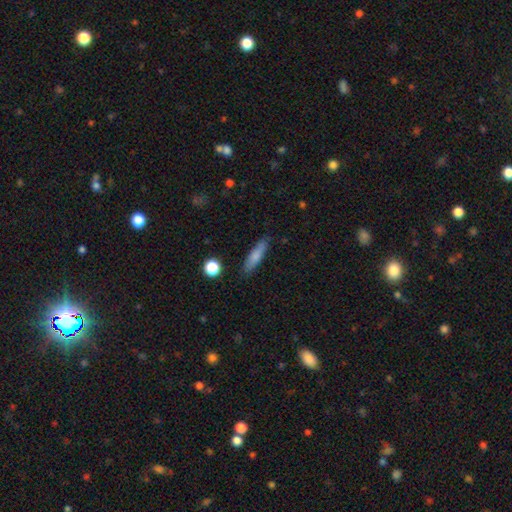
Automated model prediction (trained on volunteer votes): Overall: smooth (77%). How rounded: cigar-shaped (76%). Merging: none (84%).